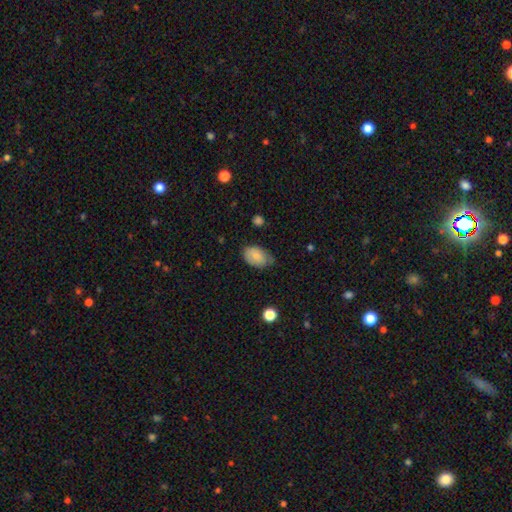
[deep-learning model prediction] Overall: smooth (82%). How rounded: in between (90%). Merging: none (60%; minor disturbance 32%).